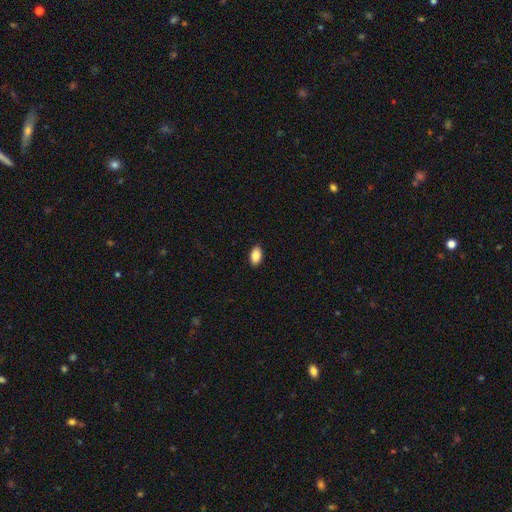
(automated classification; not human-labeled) Morphology: type=smooth (89%); roundness=in between (93%); merging=none (91%).